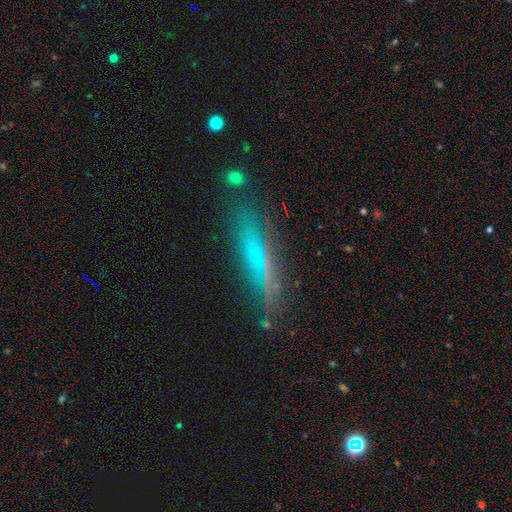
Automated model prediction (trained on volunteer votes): This appears to be a featured or disk galaxy (49%). Merging: none (66%).